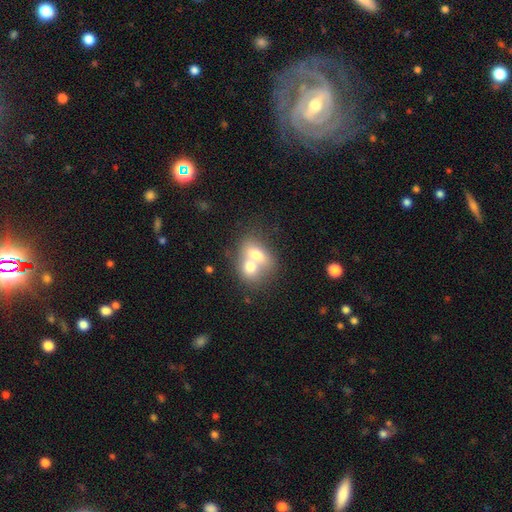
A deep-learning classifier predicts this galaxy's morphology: Smooth or featured? Predicted: smooth (p=0.67). How rounded? Predicted: in between (p=0.64). Merging? Predicted: merger (p=0.72).